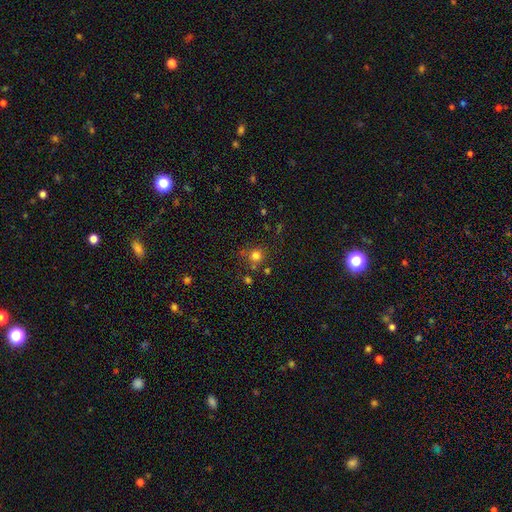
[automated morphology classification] smooth-or-featured: smooth: 76% | star or artifact: 17% | featured or disk: 7%
  how-rounded: round: 88% | in between: 11% | cigar-shaped: 1%
  merging: none: 71% | minor disturbance: 13% | merger: 11% | major disturbance: 5%